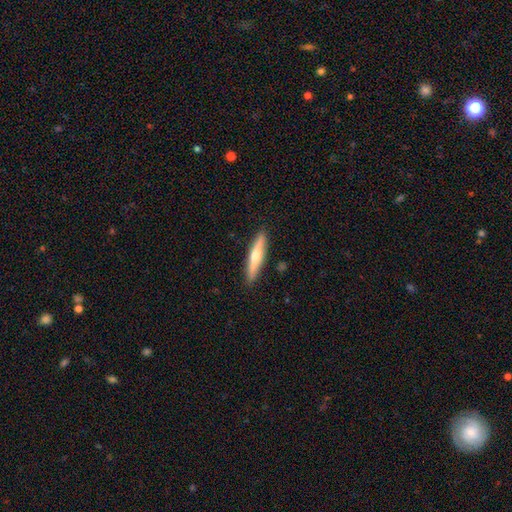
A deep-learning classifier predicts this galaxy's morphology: The model was most divided on "smooth or featured": featured or disk: 48%, smooth: 46%, star or artifact: 6%. More confident: merging — none (90%).